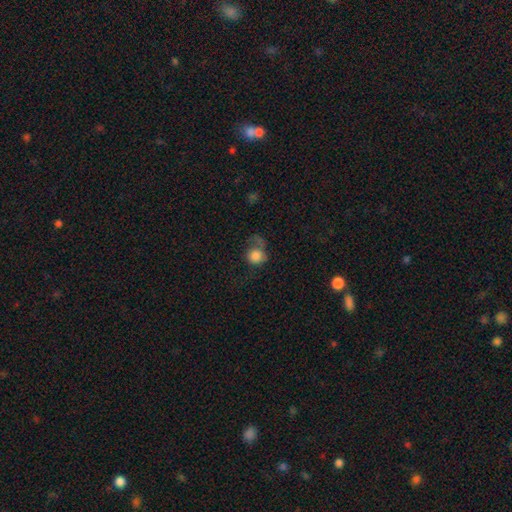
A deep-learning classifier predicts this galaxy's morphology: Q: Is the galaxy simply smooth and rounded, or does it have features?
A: smooth — 77%.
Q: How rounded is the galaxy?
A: round — 78%.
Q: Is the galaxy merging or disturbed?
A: major disturbance — 36%.